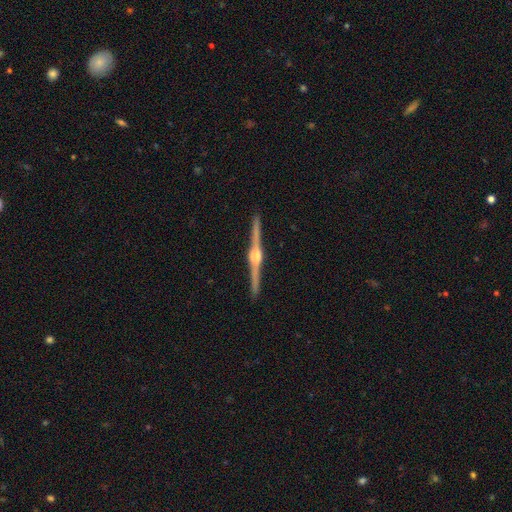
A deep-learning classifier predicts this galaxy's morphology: Q: Smooth or featured?
A: featured or disk (91%); runner-up: smooth (5%)
Q: Edge-on disk?
A: yes (99%); runner-up: no (1%)
Q: Edge-on bulge?
A: rounded (90%); runner-up: boxy (8%)
Q: Merging?
A: none (93%); runner-up: minor disturbance (5%)